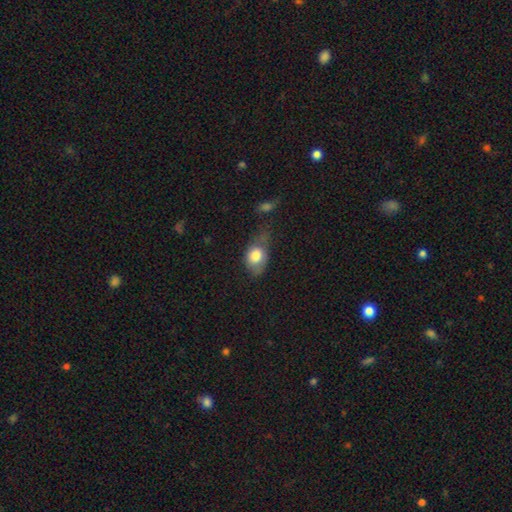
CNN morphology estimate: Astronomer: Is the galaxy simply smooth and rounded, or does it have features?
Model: smooth — 78%.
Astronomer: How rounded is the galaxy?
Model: in between — 70%.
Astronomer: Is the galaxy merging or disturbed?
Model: minor disturbance — 34% (runner-up: none, 30%).